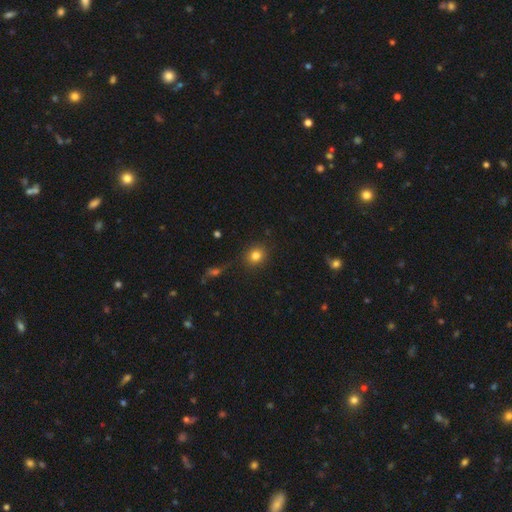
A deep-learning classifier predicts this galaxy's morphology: Overall: smooth (82%). How rounded: round (77%). Merging: none (86%).